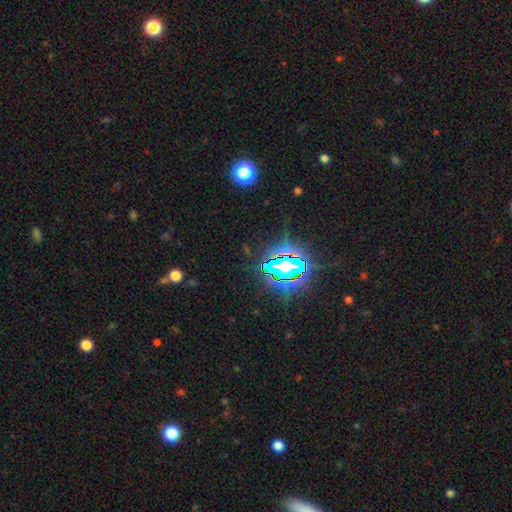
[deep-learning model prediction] A star or artifact, not a galaxy (81%).